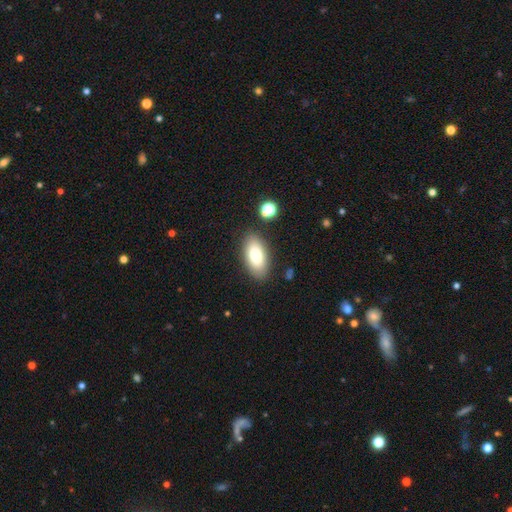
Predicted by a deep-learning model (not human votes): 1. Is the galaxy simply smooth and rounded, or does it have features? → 77% smooth, 16% featured or disk, 8% star or artifact.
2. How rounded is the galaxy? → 90% in between, 7% cigar-shaped, 3% round.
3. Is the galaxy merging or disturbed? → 84% none, 10% minor disturbance, 3% merger, 3% major disturbance.